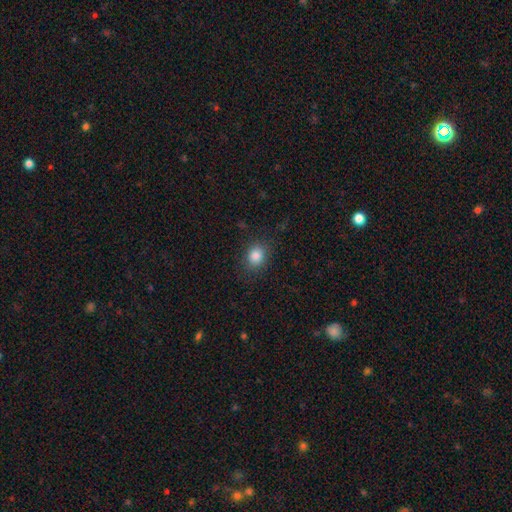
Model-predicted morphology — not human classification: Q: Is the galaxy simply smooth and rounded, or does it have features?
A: smooth — 84%.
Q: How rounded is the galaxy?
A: round — 60%.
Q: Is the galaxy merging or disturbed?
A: none — 84%.